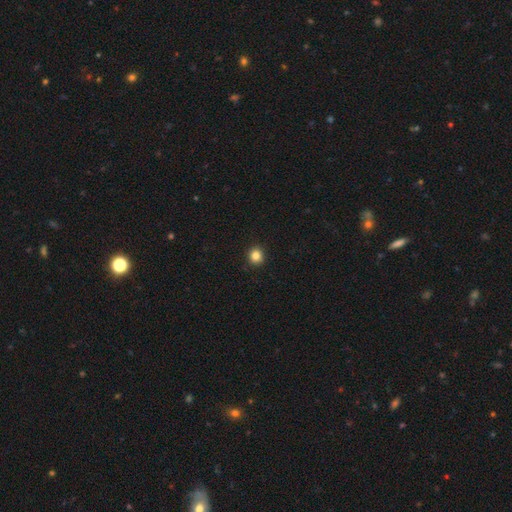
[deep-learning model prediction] This appears to be a smooth galaxy with no disk features (84%) that is round (90%). Merging: none (92%).